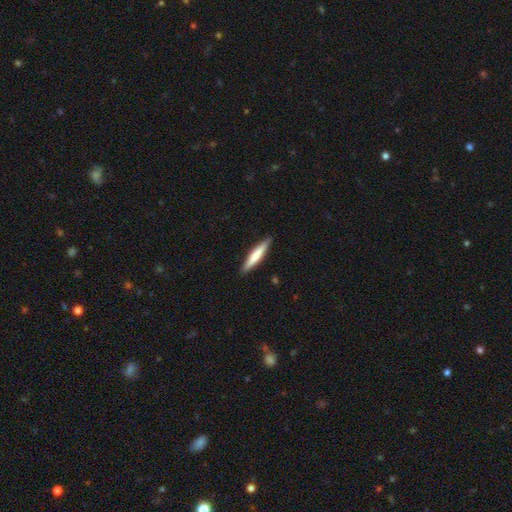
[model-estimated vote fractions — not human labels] Smooth or featured? Predicted: smooth (p=0.63). How rounded? Predicted: cigar-shaped (p=0.91). Merging? Predicted: none (p=0.89).